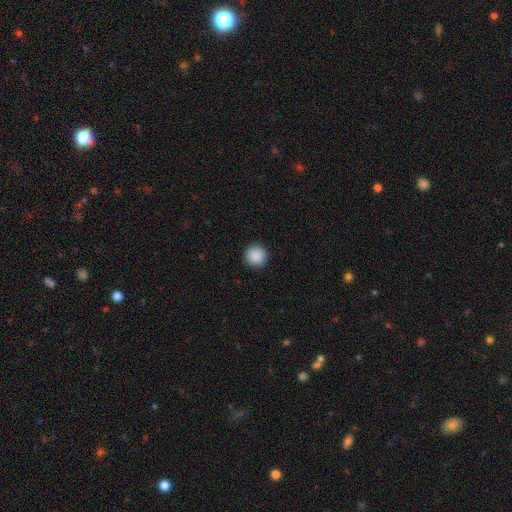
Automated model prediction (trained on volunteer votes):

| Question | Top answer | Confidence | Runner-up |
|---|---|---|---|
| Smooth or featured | smooth | 89% | star or artifact (8%) |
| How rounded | round | 95% | in between (4%) |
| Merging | none | 93% | minor disturbance (5%) |